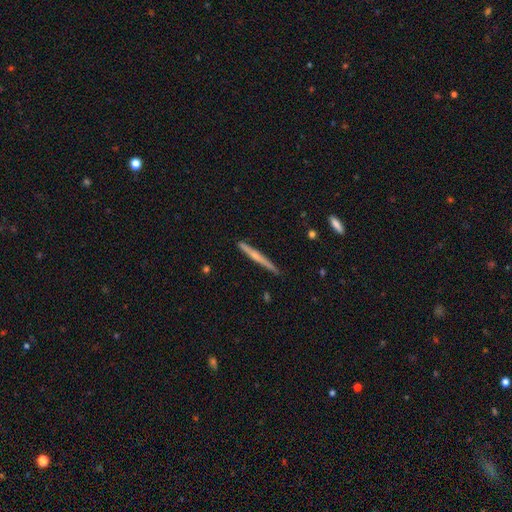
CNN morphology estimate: Overall: featured or disk (55%; smooth 39%). Edge-on disk: yes (98%). Edge-on bulge: rounded (48%; none 45%). Merging: none (87%).